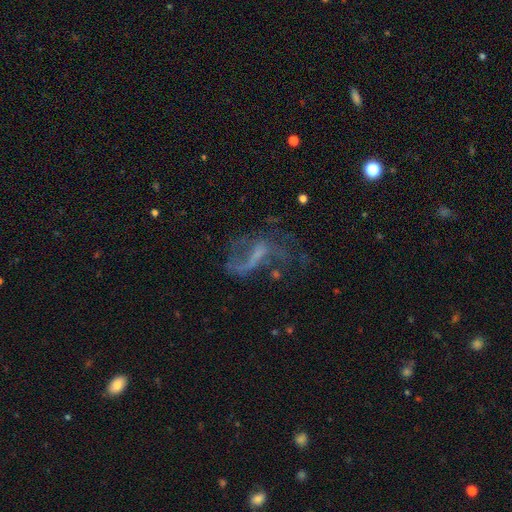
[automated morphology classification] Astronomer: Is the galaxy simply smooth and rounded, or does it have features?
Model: featured or disk — 64%.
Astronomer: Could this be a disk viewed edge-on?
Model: no — 94%.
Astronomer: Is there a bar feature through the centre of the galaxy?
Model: no — 42% (runner-up: weak, 37%).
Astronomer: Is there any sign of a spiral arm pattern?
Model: yes — 57% (runner-up: no, 43%).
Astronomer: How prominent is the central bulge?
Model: none — 54%.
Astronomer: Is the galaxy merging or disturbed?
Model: major disturbance — 41% (runner-up: none, 37%).